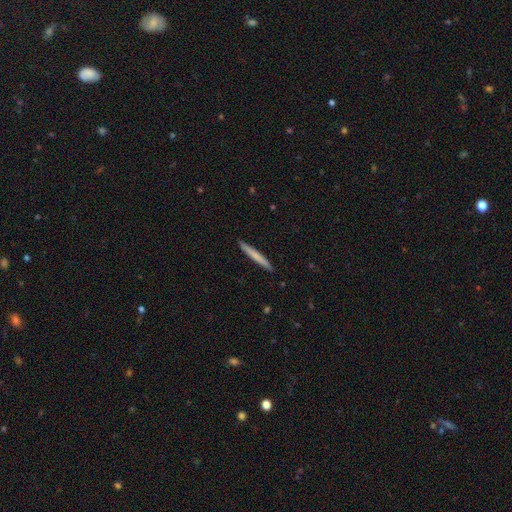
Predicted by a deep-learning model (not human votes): Morphology: type=smooth (68%); roundness=cigar-shaped (97%); merging=none (92%).